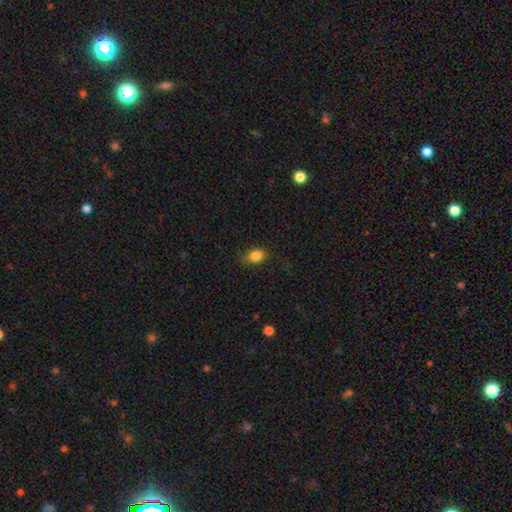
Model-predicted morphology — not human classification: type=smooth (84%); roundness=in between (63%); merging=none (76%).